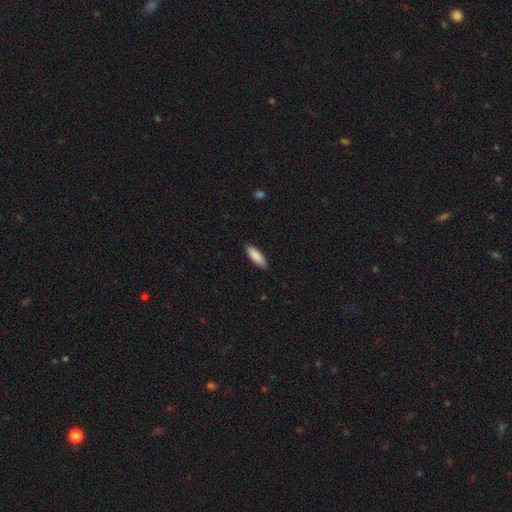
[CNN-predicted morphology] Smooth or featured: smooth — 88% (featured or disk — 6%)
How rounded: in between — 53% (cigar-shaped — 46%)
Merging: none — 89% (minor disturbance — 9%)